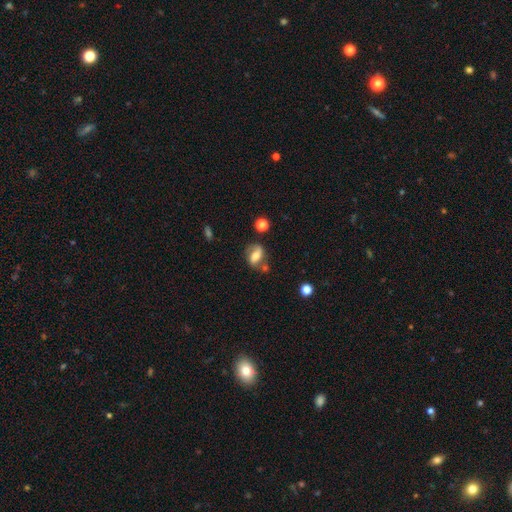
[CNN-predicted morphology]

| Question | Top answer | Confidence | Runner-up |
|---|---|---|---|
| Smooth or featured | featured or disk | 47% | smooth (43%) |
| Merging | none | 56% | minor disturbance (22%) |